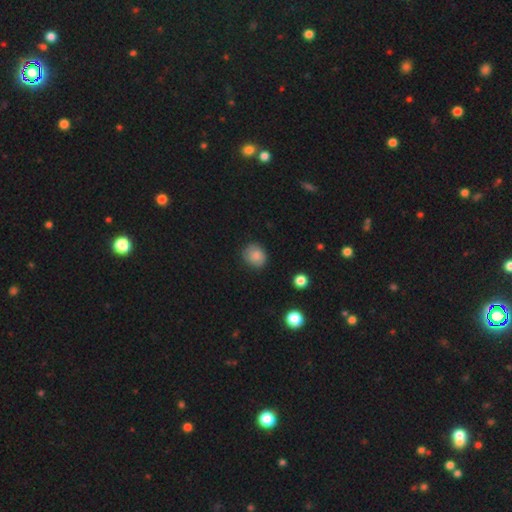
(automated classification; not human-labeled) This appears to be a smooth galaxy with no disk features (81%) that is round (71%). Merging: none (80%).